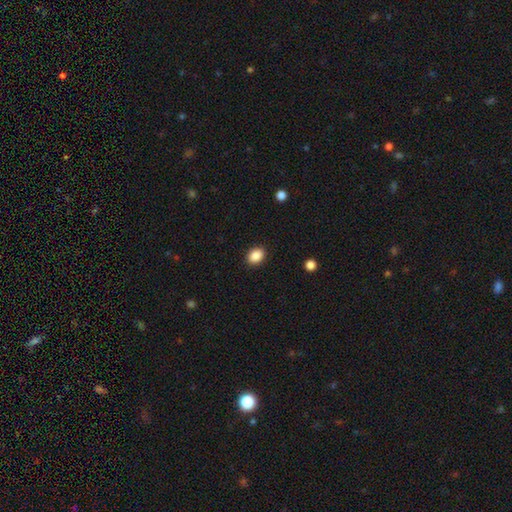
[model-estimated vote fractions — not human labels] This appears to be a smooth galaxy with no disk features (89%) that is in between round and cigar-shaped (66%). Merging: none (90%).